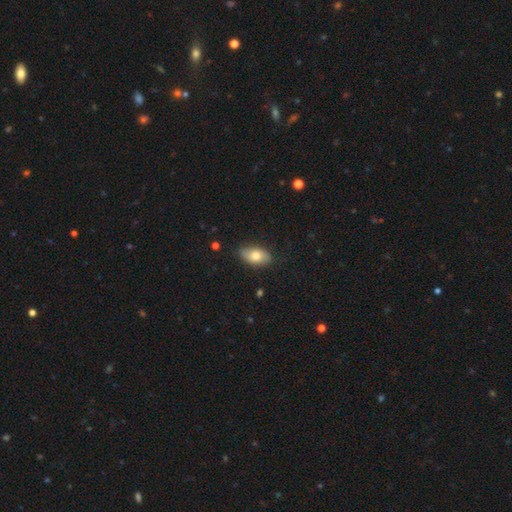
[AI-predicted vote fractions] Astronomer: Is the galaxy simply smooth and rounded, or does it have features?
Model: smooth — 77%.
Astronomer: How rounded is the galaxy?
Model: in between — 92%.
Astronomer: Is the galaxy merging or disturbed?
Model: none — 83%.